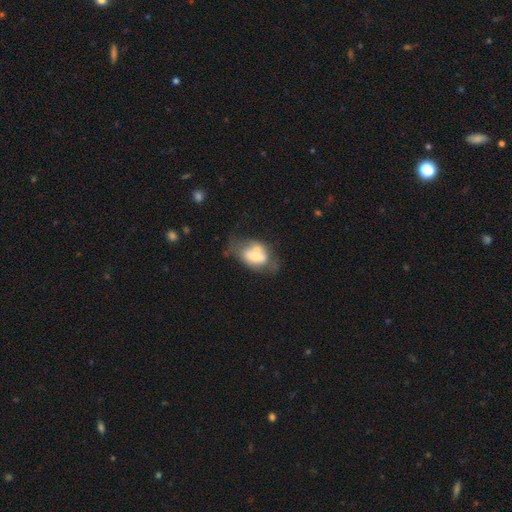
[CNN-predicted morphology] smooth-or-featured: smooth: 50% | featured or disk: 42% | star or artifact: 8%
  merging: merger: 37% | none: 27% | minor disturbance: 19% | major disturbance: 17%